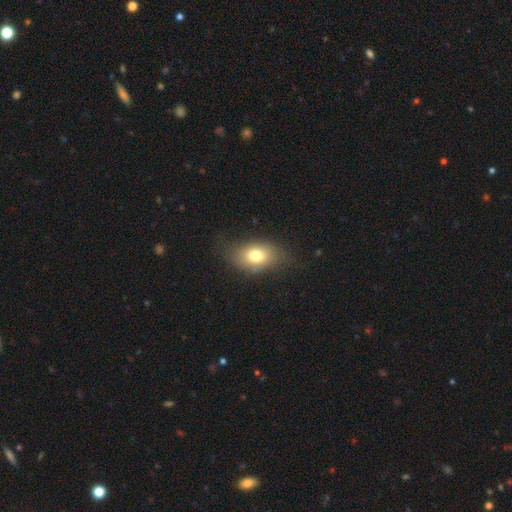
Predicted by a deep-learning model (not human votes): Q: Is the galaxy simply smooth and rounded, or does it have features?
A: smooth — 73%.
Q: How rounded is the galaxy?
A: in between — 81%.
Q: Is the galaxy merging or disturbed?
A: none — 74%.